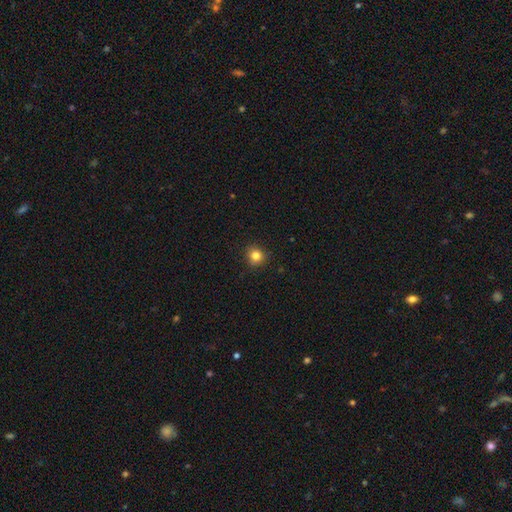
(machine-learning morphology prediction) This is clearly a smooth galaxy (83%). How rounded: clearly round (91%). Merging: clearly none (90%).